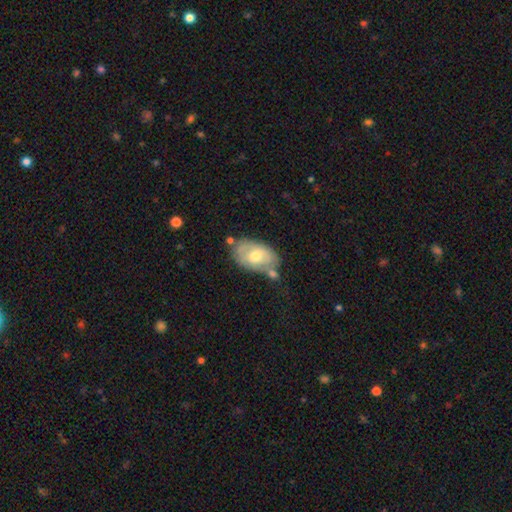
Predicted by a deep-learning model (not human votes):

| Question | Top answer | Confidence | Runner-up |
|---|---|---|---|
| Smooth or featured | smooth | 57% | featured or disk (37%) |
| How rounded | in between | 91% | round (8%) |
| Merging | none | 53% | minor disturbance (23%) |